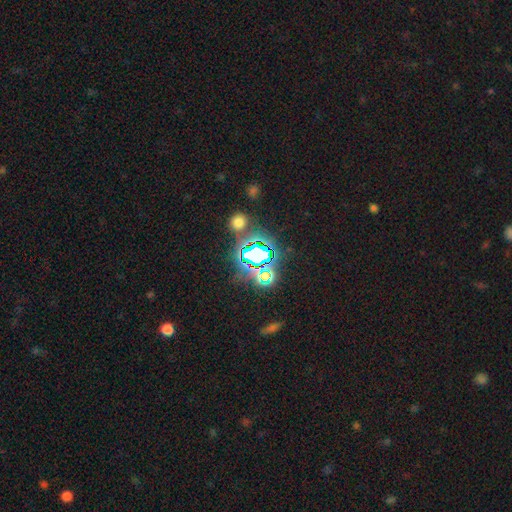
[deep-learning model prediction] The model was most divided on "smooth or featured": star or artifact: 74%, smooth: 16%, featured or disk: 10%.